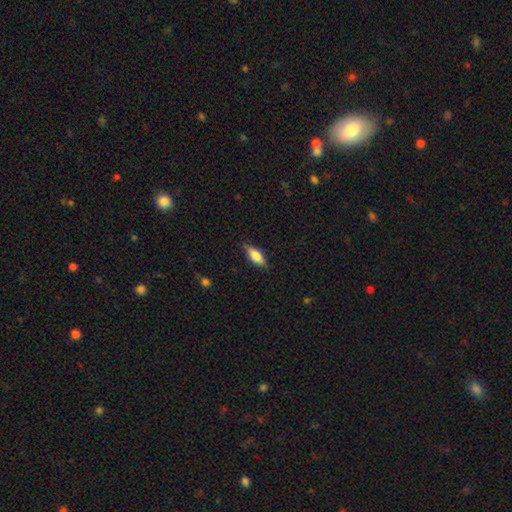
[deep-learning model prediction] The model was most divided on "smooth or featured": smooth: 72%, featured or disk: 22%, star or artifact: 7%. More confident: merging — none (82%); how rounded — in between (75%).